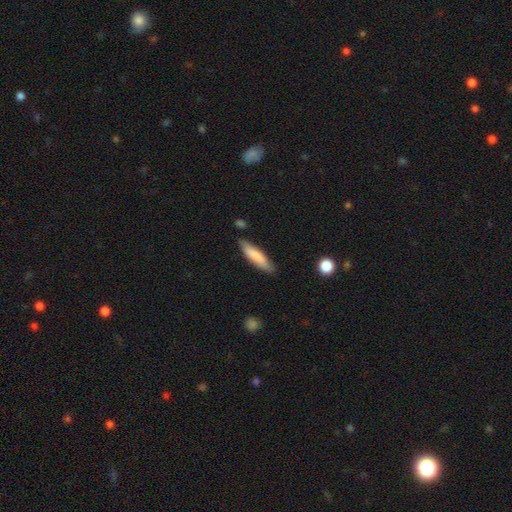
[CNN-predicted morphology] Q: Smooth or featured?
A: smooth (79%); runner-up: featured or disk (15%)
Q: How rounded?
A: cigar-shaped (74%); runner-up: in between (24%)
Q: Merging?
A: none (81%); runner-up: minor disturbance (14%)